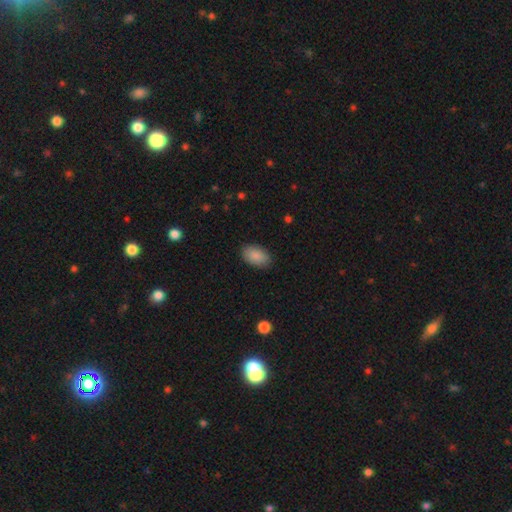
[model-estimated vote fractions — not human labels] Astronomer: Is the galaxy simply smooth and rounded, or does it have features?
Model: smooth — 88%.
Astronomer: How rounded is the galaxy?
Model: in between — 93%.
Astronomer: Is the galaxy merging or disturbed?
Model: none — 87%.